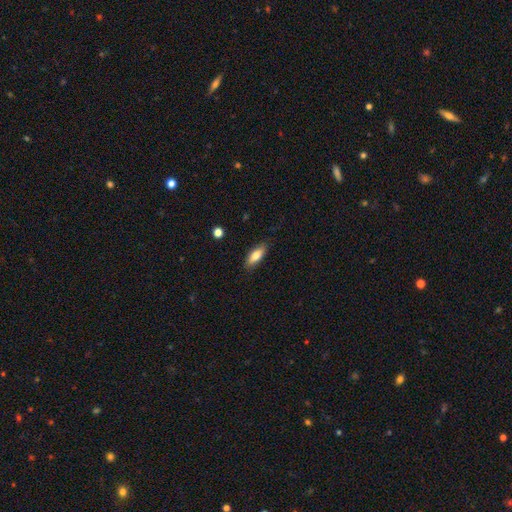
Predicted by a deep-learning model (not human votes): This appears to be a smooth galaxy with no disk features (78%) that is in between round and cigar-shaped (74%). Merging: none (85%).